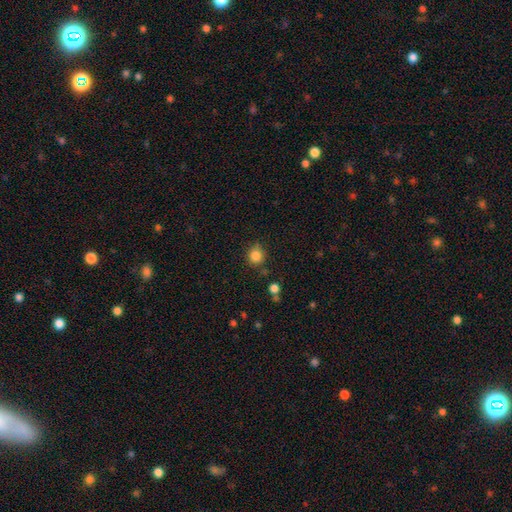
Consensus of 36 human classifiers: A smooth galaxy with no disk features (97%) that is round (80%).

Vote fractions:
- Smooth or featured? smooth: 97% / star or artifact: 3% / featured or disk: 0%
- How rounded? round: 80% / in between: 20% / cigar-shaped: 0%
- Merging? none: 69% / minor disturbance: 17% / merger: 9% / major disturbance: 6%